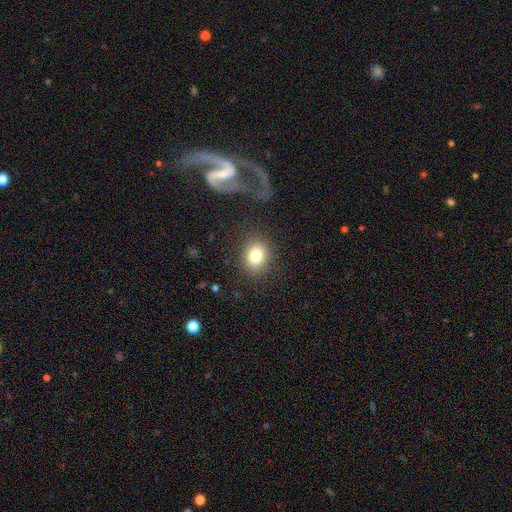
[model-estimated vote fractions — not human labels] Overall: smooth (80%). How rounded: round (60%; in between 39%). Merging: none (84%).